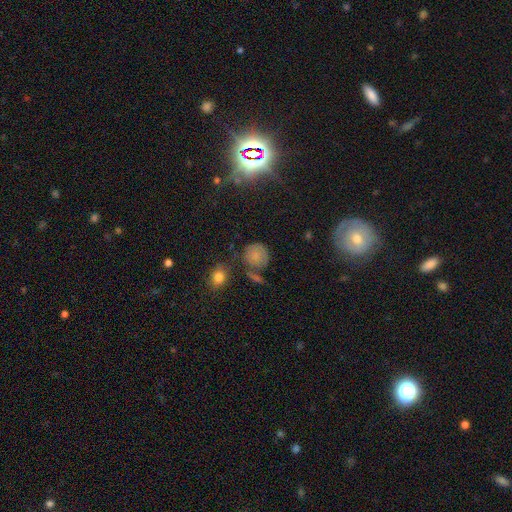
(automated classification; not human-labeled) Q: Smooth or featured?
A: smooth (72%); runner-up: featured or disk (15%)
Q: How rounded?
A: round (84%); runner-up: in between (15%)
Q: Merging?
A: none (61%); runner-up: minor disturbance (19%)